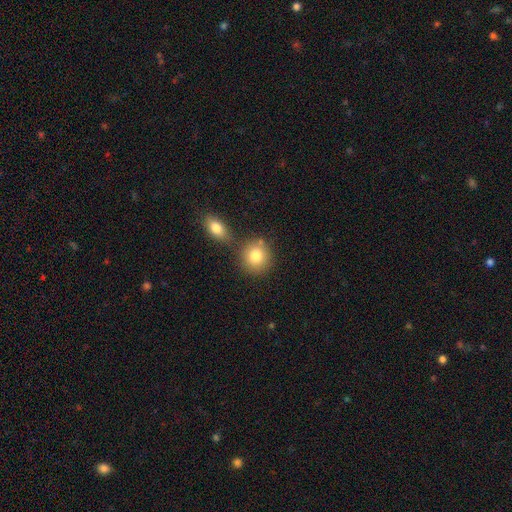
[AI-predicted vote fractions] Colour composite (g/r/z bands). It shows a smooth galaxy with no disk features (81%) that is round (84%). Merging: none (67%).